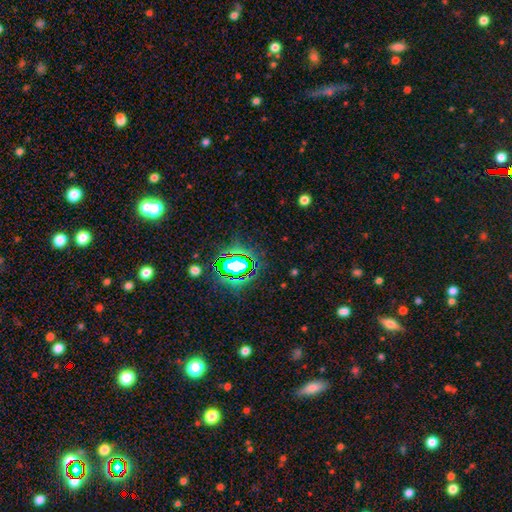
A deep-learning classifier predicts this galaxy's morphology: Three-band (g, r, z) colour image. It shows a star or artifact, not a galaxy (74%).